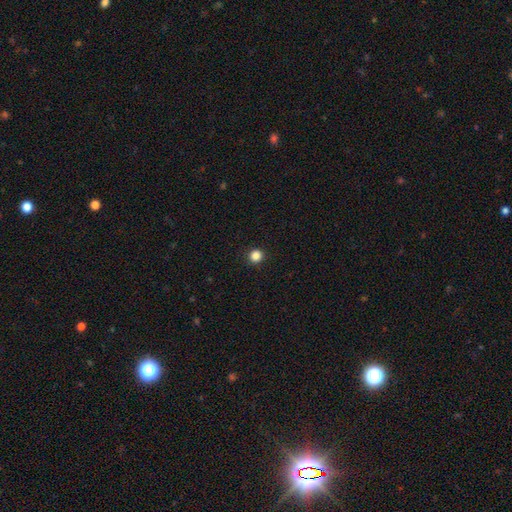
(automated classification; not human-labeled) Morphology: type=smooth (86%); roundness=round (94%); merging=none (93%).